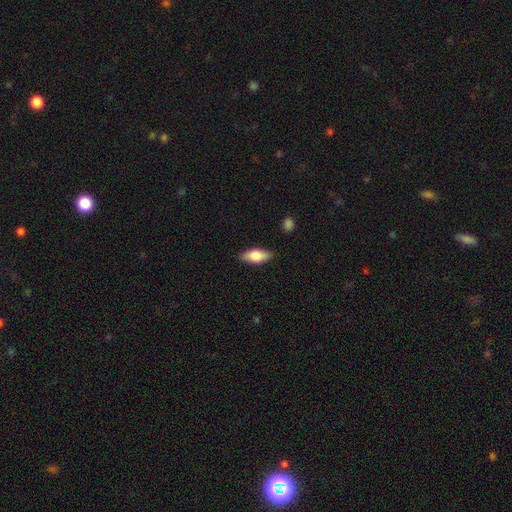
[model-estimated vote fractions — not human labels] Q: Smooth or featured?
A: smooth (68%); runner-up: featured or disk (25%)
Q: How rounded?
A: in between (78%); runner-up: cigar-shaped (19%)
Q: Merging?
A: none (85%); runner-up: minor disturbance (11%)